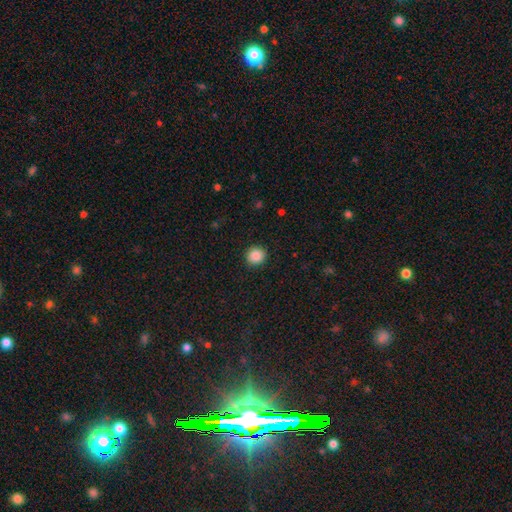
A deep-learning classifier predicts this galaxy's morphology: Smooth or featured: smooth — 88% (star or artifact — 9%)
How rounded: round — 89% (in between — 10%)
Merging: none — 91% (minor disturbance — 6%)